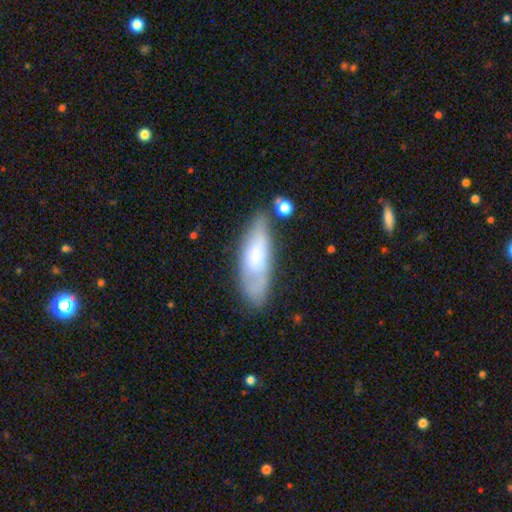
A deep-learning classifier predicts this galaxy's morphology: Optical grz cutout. It shows a smooth galaxy with no disk features (59%) that is in between round and cigar-shaped (57%). Merging: none (64%).